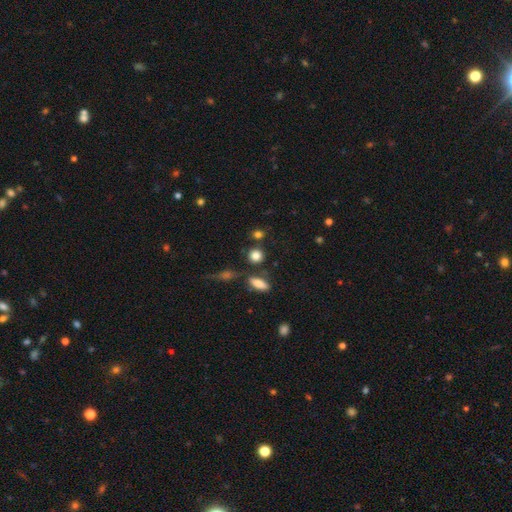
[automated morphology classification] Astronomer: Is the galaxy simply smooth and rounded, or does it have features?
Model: smooth — 83%.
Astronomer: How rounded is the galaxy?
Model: round — 82%.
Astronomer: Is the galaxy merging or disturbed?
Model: none — 74%.